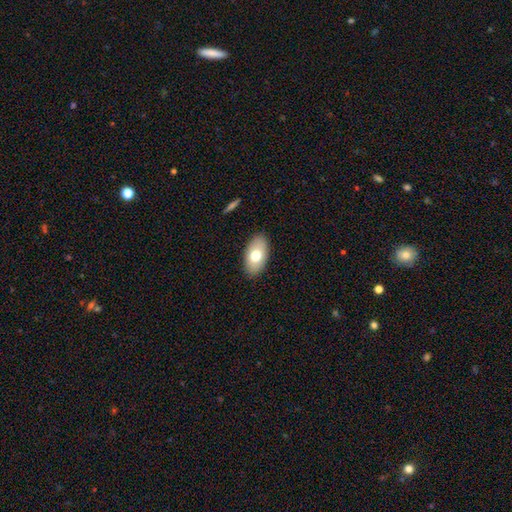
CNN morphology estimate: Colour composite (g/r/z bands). It shows a smooth galaxy with no disk features (73%) that is in between round and cigar-shaped (94%). Merging: none (87%).